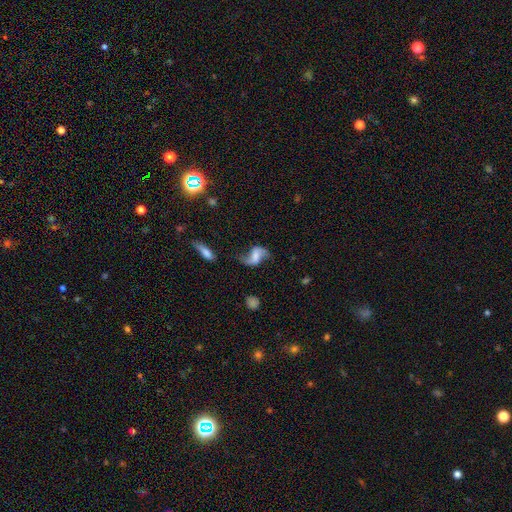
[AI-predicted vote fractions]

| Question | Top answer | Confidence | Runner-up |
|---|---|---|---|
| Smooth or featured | featured or disk | 78% | smooth (15%) |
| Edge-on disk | no | 96% | yes (4%) |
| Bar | weak | 43% | no (34%) |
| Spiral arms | yes | 93% | no (7%) |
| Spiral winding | loose | 82% | medium (14%) |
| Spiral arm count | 2 | 93% | 1 (3%) |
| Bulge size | none | 35% | moderate (25%) |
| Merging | none | 66% | minor disturbance (18%) |